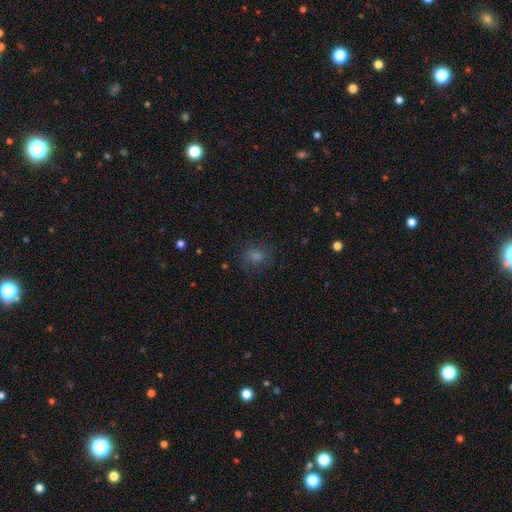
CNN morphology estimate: Q: Smooth or featured?
A: smooth (54%); runner-up: star or artifact (27%)
Q: How rounded?
A: round (69%); runner-up: in between (29%)
Q: Merging?
A: none (75%); runner-up: minor disturbance (15%)